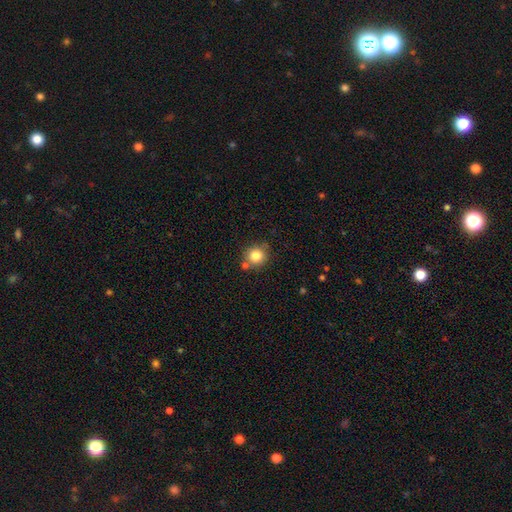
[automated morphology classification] Smooth or featured? smooth (82%)
How rounded? round (91%)
Merging? none (74%)